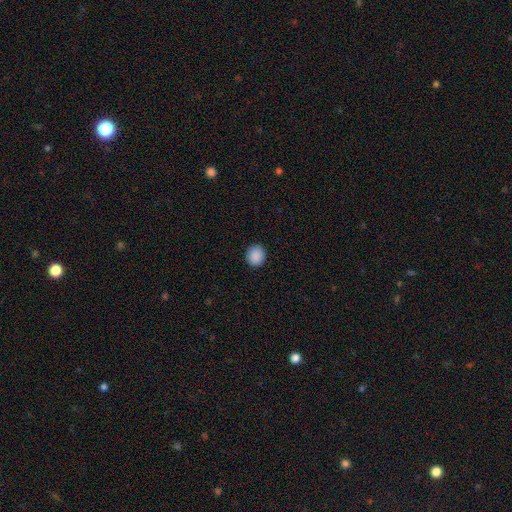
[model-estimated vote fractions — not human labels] Smooth or featured? smooth (89%)
How rounded? round (82%)
Merging? none (92%)